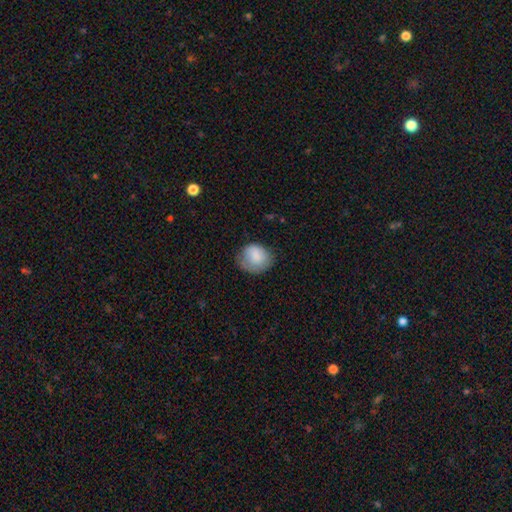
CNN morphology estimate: Q: Smooth or featured?
A: smooth (83%); runner-up: featured or disk (10%)
Q: How rounded?
A: round (61%); runner-up: in between (38%)
Q: Merging?
A: none (57%); runner-up: minor disturbance (31%)